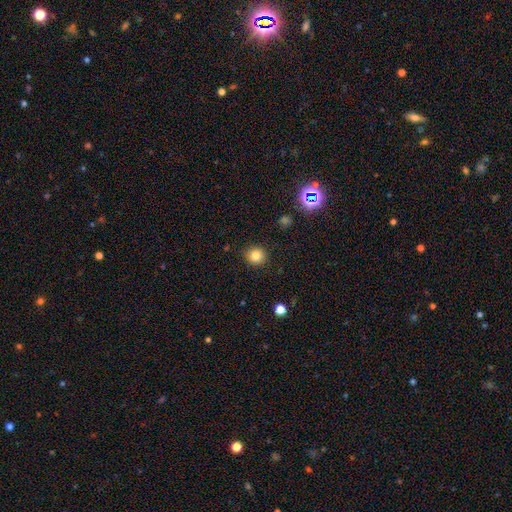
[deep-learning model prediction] This appears to be a smooth galaxy with no disk features (82%) that is round (90%). Merging: none (90%).